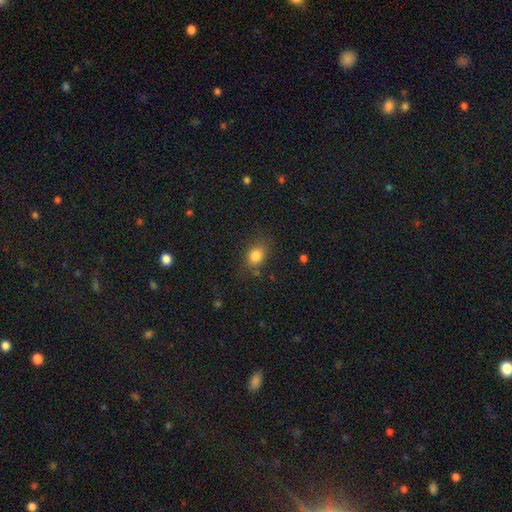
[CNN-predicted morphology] This appears to be a smooth galaxy with no disk features (82%) that is in between round and cigar-shaped (55%). Merging: none (73%).